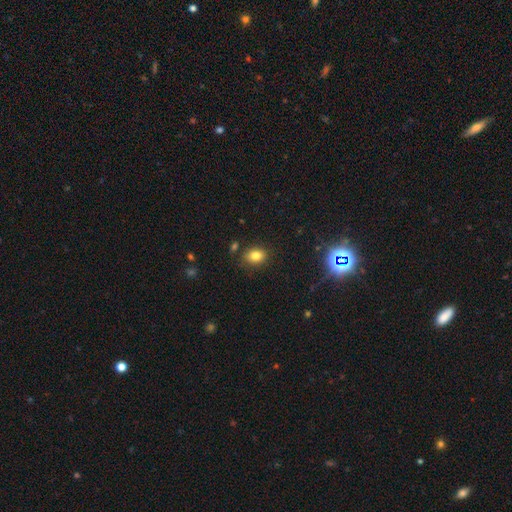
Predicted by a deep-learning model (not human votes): Morphology: type=smooth (81%); roundness=in between (67%); merging=none (82%).